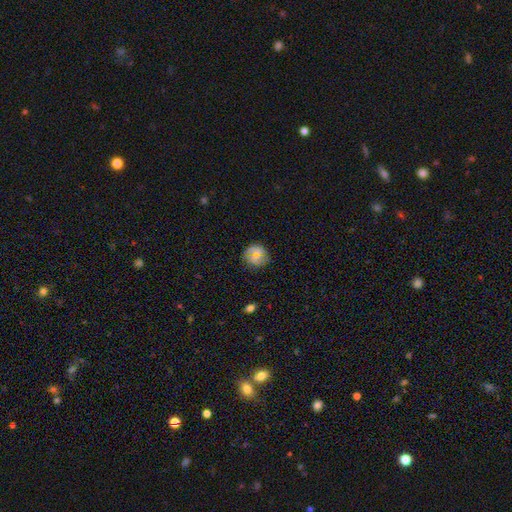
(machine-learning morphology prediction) Smooth or featured? Predicted: smooth (p=0.57). How rounded? Predicted: round (p=0.80). Merging? Predicted: none (p=0.72).